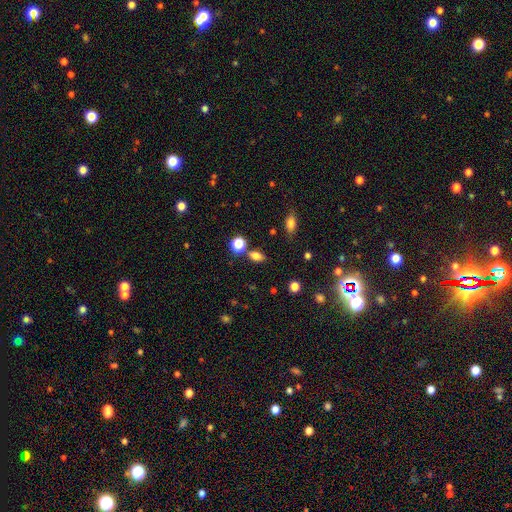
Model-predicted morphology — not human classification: A smooth galaxy with no disk features (78%) that is in between round and cigar-shaped (77%). Merging: none (70%).